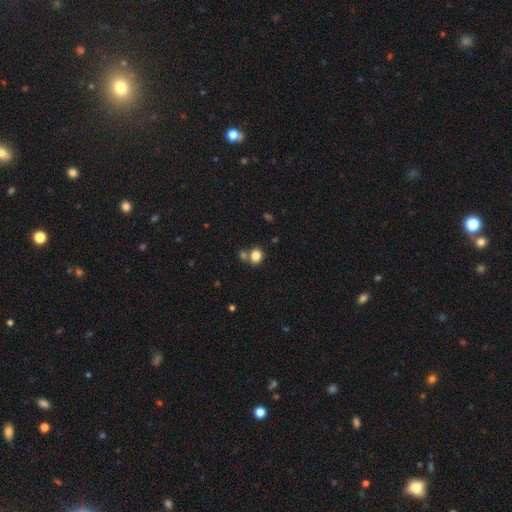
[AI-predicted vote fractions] This is clearly a smooth galaxy (83%). How rounded: likely round (74%). Merging: likely none (62%).